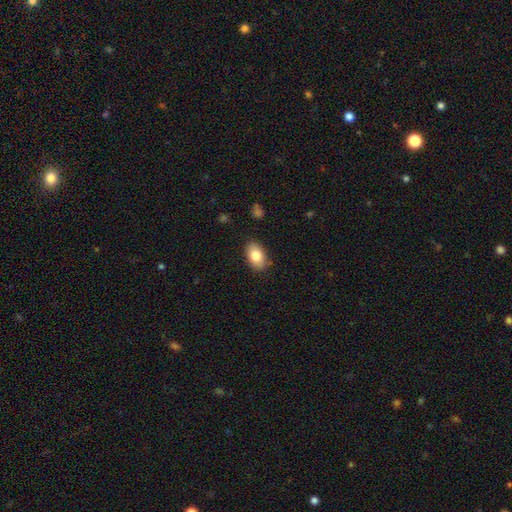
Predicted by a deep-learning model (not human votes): The model was most divided on "smooth or featured": smooth: 82%, featured or disk: 11%, star or artifact: 7%. More confident: how rounded — in between (90%); merging — none (84%).